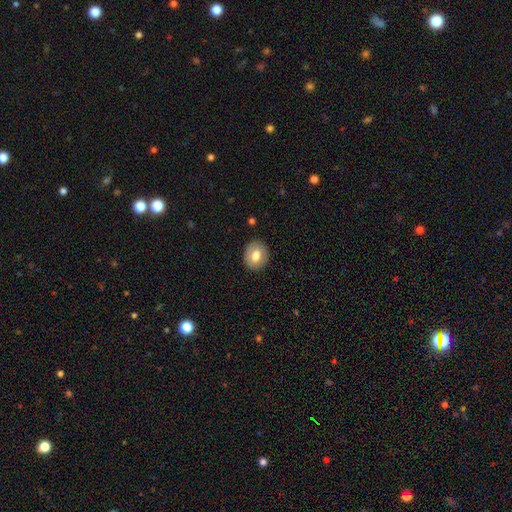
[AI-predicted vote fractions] Morphology: type=smooth (76%); roundness=round (61%); merging=none (88%).